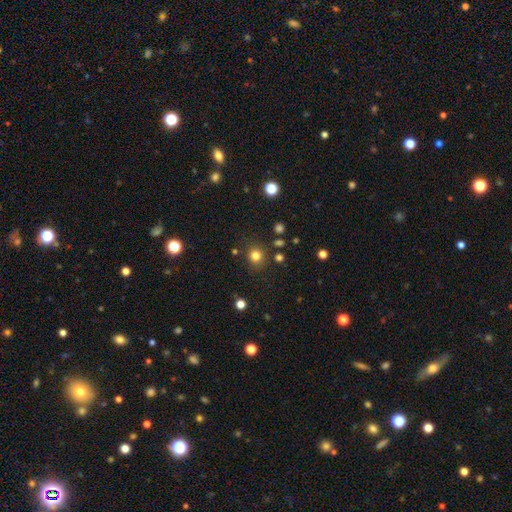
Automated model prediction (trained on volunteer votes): smooth-or-featured: smooth: 80% | star or artifact: 14% | featured or disk: 6%
  how-rounded: round: 88% | in between: 11% | cigar-shaped: 1%
  merging: none: 85% | minor disturbance: 9% | major disturbance: 3% | merger: 3%